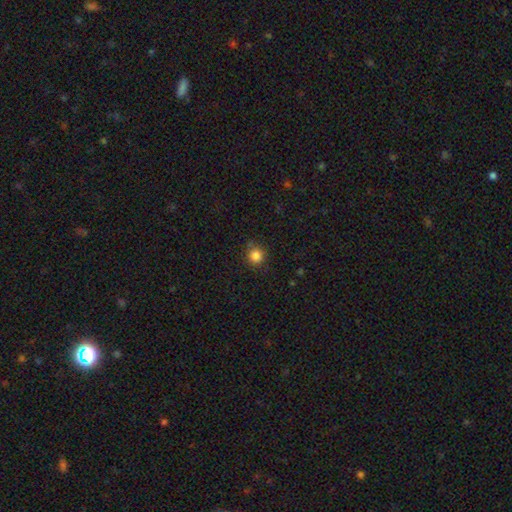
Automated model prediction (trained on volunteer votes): A smooth galaxy with no disk features (85%) that is round (92%). Merging: none (84%).